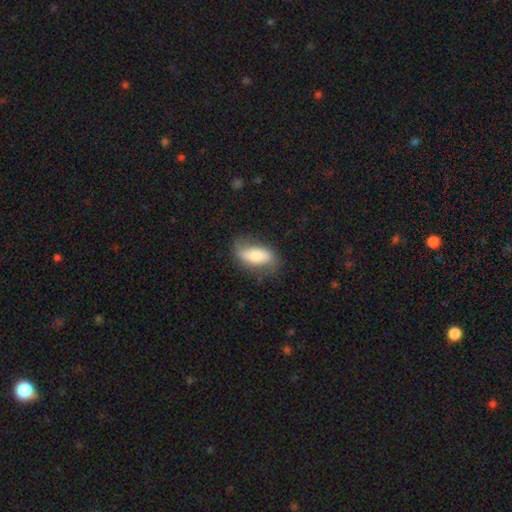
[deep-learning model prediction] Overall: smooth (64%; featured or disk 30%). How rounded: in between (83%). Merging: none (71%).